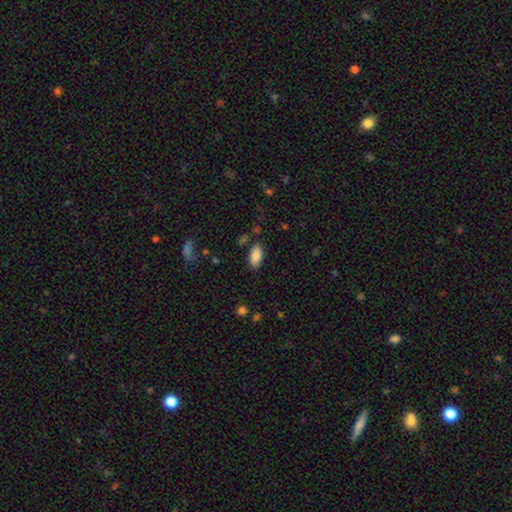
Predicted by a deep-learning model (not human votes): smooth-or-featured: smooth: 87% | star or artifact: 7% | featured or disk: 6%
  how-rounded: in between: 92% | cigar-shaped: 5% | round: 2%
  merging: none: 83% | minor disturbance: 11% | major disturbance: 3% | merger: 3%